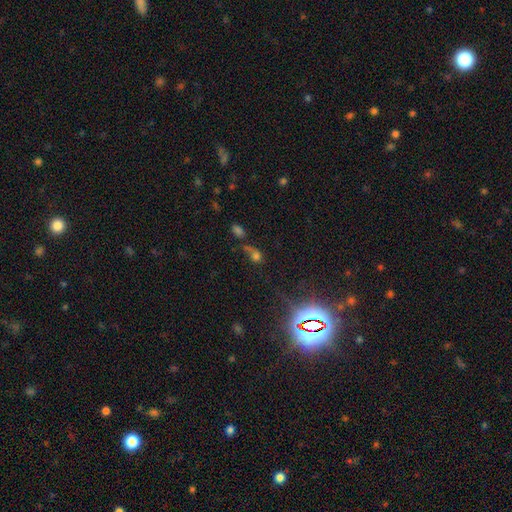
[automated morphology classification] smooth 54%, star or artifact 30%, featured or disk 16%. Down the decision tree: how rounded — round (53%); merging — none (34%).